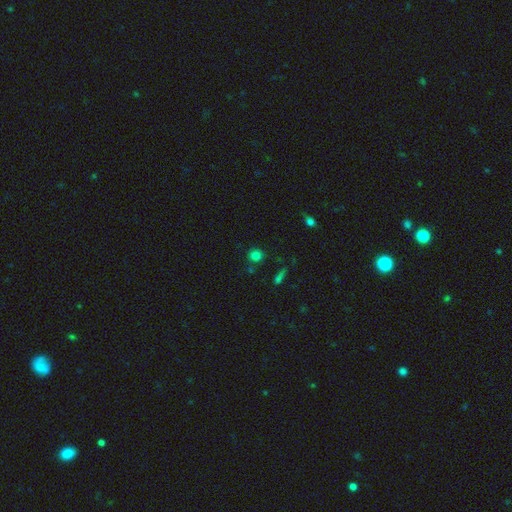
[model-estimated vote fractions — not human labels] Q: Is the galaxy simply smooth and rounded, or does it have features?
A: smooth — 79%.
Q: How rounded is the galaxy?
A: round — 87%.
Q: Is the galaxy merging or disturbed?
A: none — 83%.